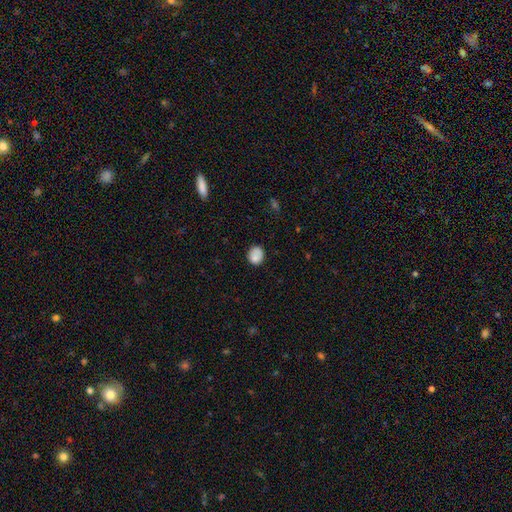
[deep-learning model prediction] Overall: smooth (83%). How rounded: round (75%). Merging: none (74%).